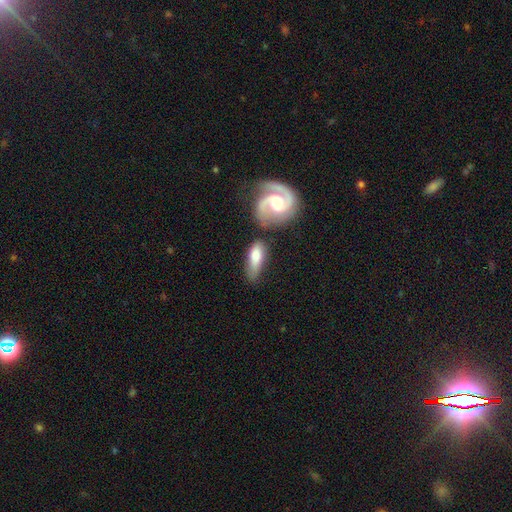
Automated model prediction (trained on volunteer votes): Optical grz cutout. It shows a smooth galaxy with no disk features (65%) that is in between round and cigar-shaped (69%). Merging: none (53%).